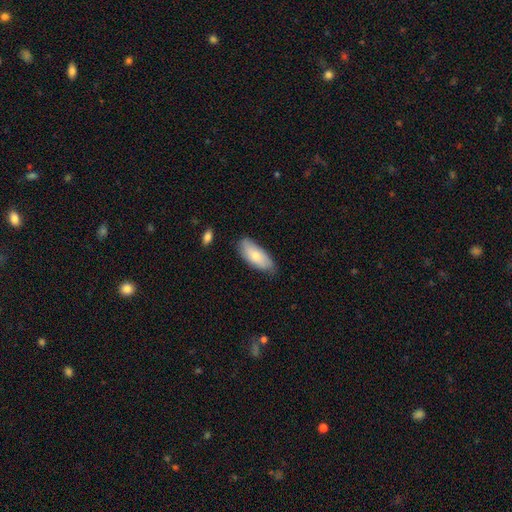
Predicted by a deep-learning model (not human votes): Morphology: type=smooth (72%); roundness=in between (83%); merging=none (70%).